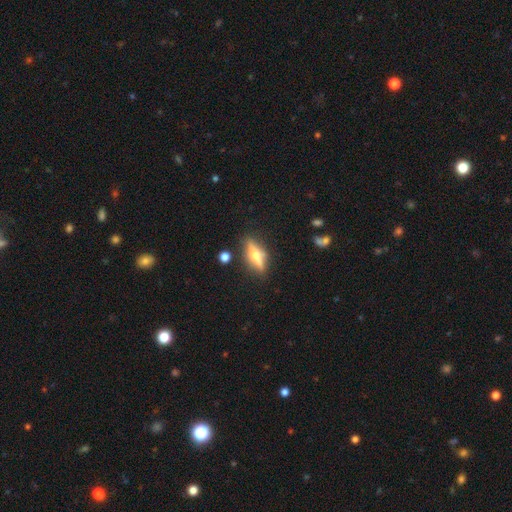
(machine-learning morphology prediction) A featured or disk galaxy (63%) viewed edge-on (92%) with a rounded central bulge (93%). Merging: none (83%).